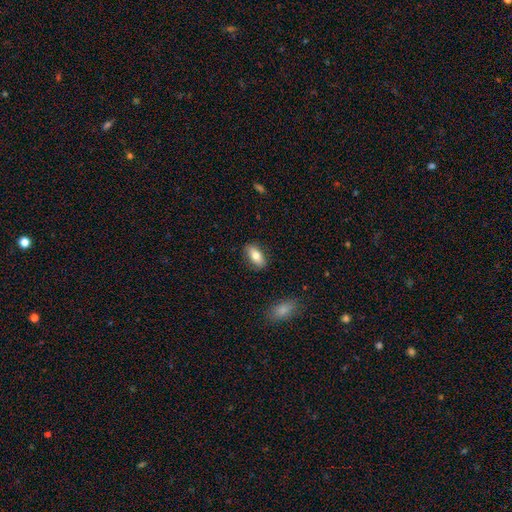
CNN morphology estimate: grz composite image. It shows a smooth galaxy with no disk features (76%) that is in between round and cigar-shaped (86%). Merging: none (86%).